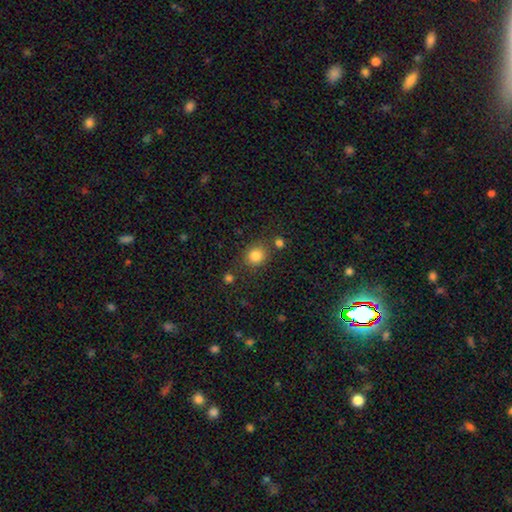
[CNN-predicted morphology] Smooth or featured: smooth — 83% (star or artifact — 11%)
How rounded: round — 80% (in between — 19%)
Merging: none — 77% (minor disturbance — 11%)